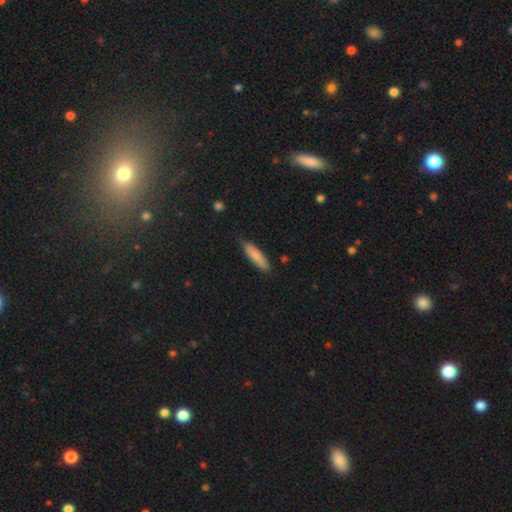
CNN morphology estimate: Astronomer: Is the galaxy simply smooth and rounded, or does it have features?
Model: smooth — 82%.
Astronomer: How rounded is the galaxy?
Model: cigar-shaped — 75%.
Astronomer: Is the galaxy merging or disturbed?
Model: none — 82%.